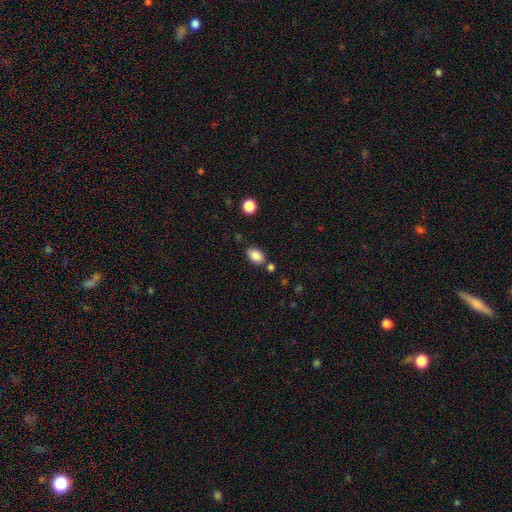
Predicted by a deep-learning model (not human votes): smooth-or-featured: smooth: 87% | star or artifact: 9% | featured or disk: 5%
  how-rounded: in between: 84% | round: 14% | cigar-shaped: 1%
  merging: none: 74% | minor disturbance: 13% | merger: 9% | major disturbance: 3%